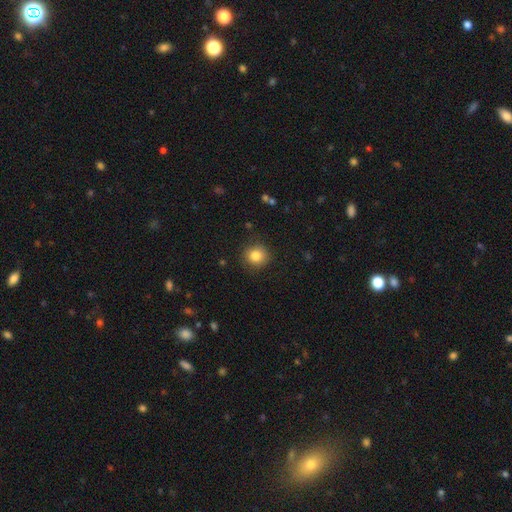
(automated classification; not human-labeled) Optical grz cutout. It shows a smooth galaxy with no disk features (83%) that is round (89%). Merging: none (86%).